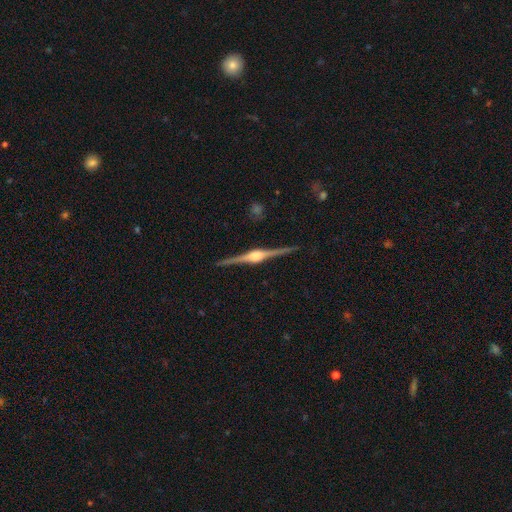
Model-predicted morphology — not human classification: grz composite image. It shows a featured or disk galaxy (89%) viewed edge-on (99%) with a rounded central bulge (89%). Merging: none (91%).